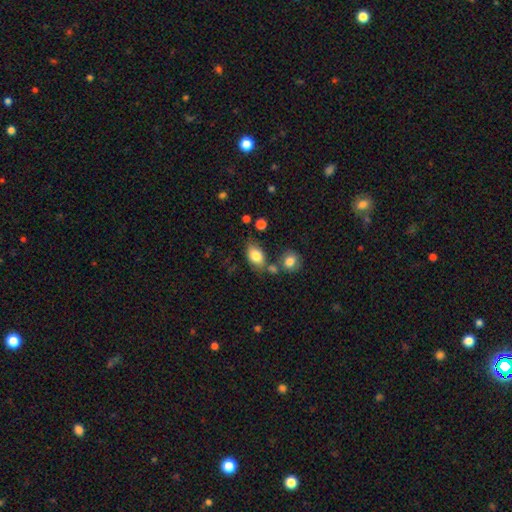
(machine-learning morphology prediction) This is clearly a smooth galaxy (81%). How rounded: clearly in between (86%). Merging: likely none (66%).